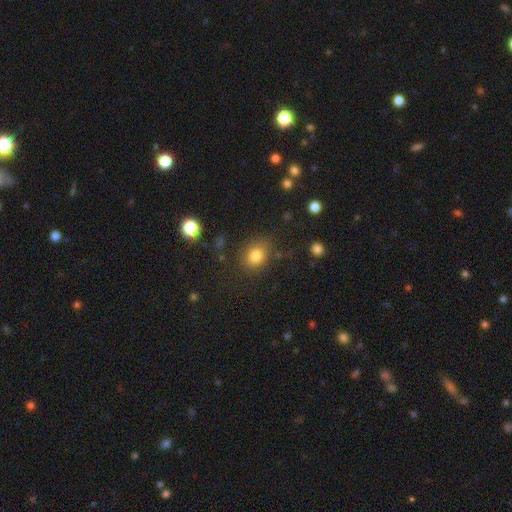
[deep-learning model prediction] Q: Smooth or featured?
A: smooth (81%); runner-up: star or artifact (12%)
Q: How rounded?
A: round (56%); runner-up: in between (43%)
Q: Merging?
A: none (79%); runner-up: minor disturbance (14%)